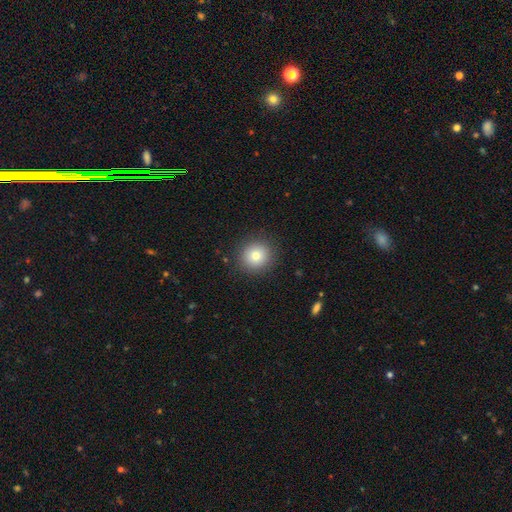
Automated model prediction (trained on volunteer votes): smooth-or-featured: smooth: 76% | star or artifact: 13% | featured or disk: 11%
  how-rounded: round: 93% | in between: 6% | cigar-shaped: 1%
  merging: none: 90% | minor disturbance: 6% | major disturbance: 3% | merger: 1%